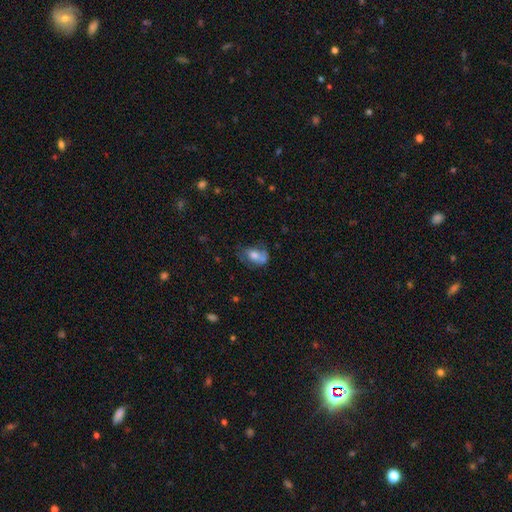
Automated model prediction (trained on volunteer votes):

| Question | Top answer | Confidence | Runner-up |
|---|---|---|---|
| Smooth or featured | smooth | 64% | featured or disk (27%) |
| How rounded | in between | 79% | round (20%) |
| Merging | none | 33% | minor disturbance (26%) |